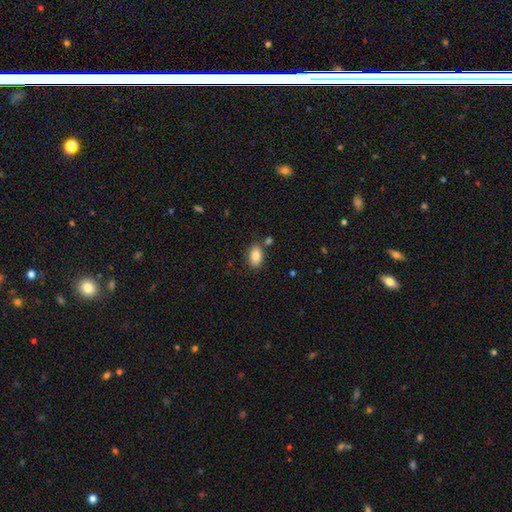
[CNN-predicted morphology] Smooth or featured? Predicted: smooth (p=0.83). How rounded? Predicted: in between (p=0.89). Merging? Predicted: none (p=0.79).